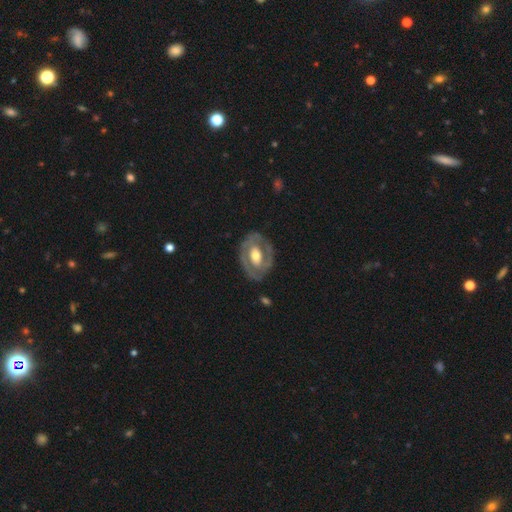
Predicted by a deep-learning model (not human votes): A featured or disk galaxy (75%) with no bar (50%), spiral arms (57%) and a moderate central bulge (62%).

Vote fractions:
- Smooth or featured? featured or disk: 75% / smooth: 21% / star or artifact: 4%
- Edge-on disk? no: 95% / yes: 5%
- Bar? no: 50% / weak: 31% / strong: 19%
- Spiral arms? yes: 57% / no: 43%
- Bulge size? moderate: 62% / large: 25% / small: 11% / dominant: 2% / none: 1%
- Merging? none: 74% / minor disturbance: 17% / major disturbance: 7% / merger: 2%